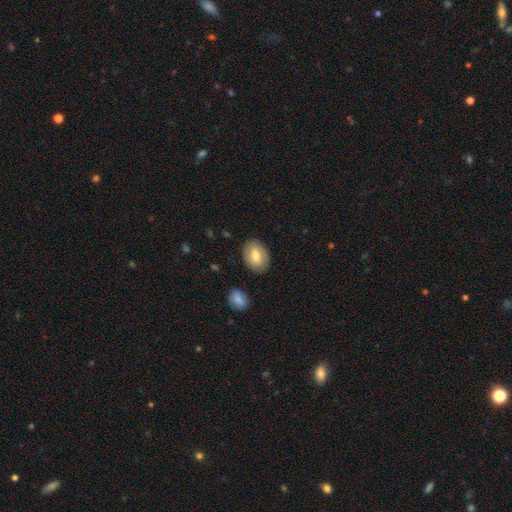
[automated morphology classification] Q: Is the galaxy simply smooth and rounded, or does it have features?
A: smooth — 73%.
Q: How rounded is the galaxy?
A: in between — 79%.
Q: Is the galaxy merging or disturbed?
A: none — 86%.